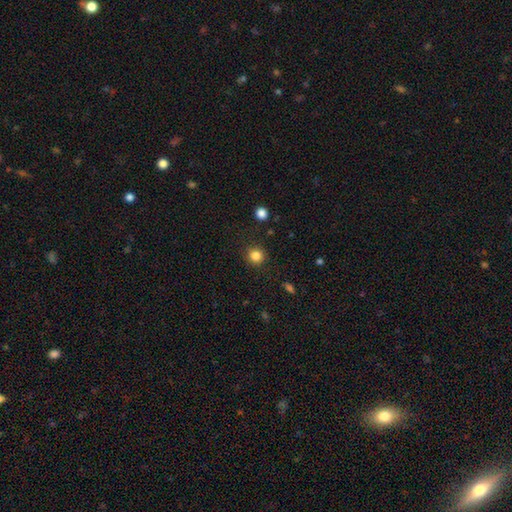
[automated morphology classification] Q: Smooth or featured?
A: smooth (84%); runner-up: star or artifact (12%)
Q: How rounded?
A: round (91%); runner-up: in between (8%)
Q: Merging?
A: none (90%); runner-up: minor disturbance (7%)